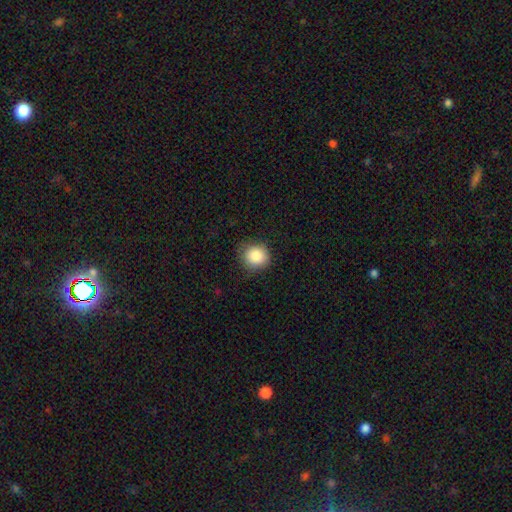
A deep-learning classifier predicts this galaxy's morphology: The model was most divided on "merging": none: 82%, minor disturbance: 14%, major disturbance: 3%, merger: 1%. More confident: how rounded — round (87%); smooth or featured — smooth (86%).